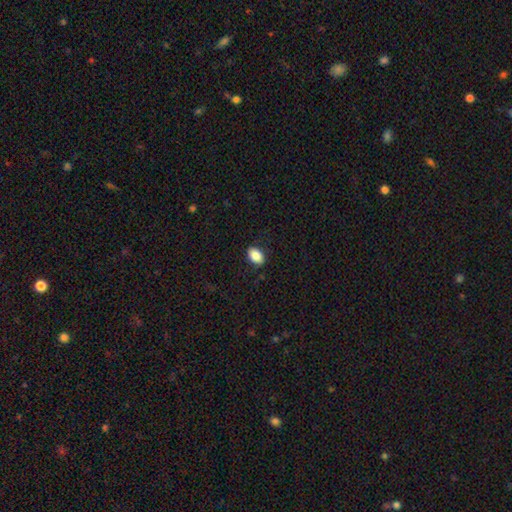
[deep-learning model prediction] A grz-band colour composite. It shows a smooth galaxy with no disk features (87%) that is in between round and cigar-shaped (85%). Merging: none (87%).